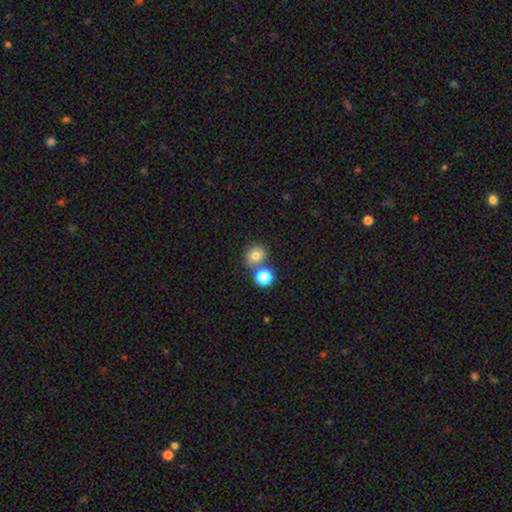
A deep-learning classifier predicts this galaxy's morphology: A smooth galaxy with no disk features (78%) that is round (85%). Merging: none (61%).